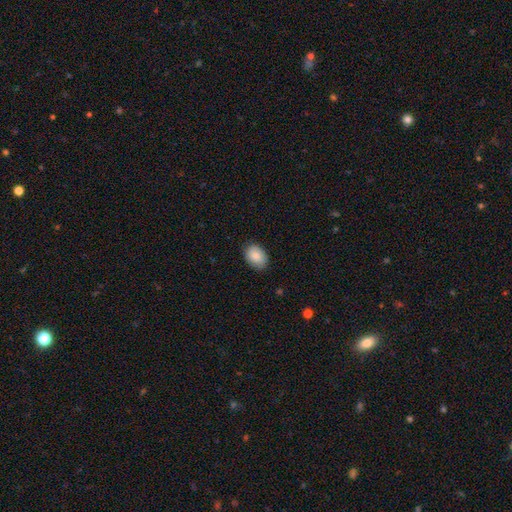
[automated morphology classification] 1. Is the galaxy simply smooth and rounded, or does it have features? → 87% smooth, 7% featured or disk, 7% star or artifact.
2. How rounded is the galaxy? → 78% in between, 21% round, 1% cigar-shaped.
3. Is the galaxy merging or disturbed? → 84% none, 13% minor disturbance, 2% major disturbance, 1% merger.